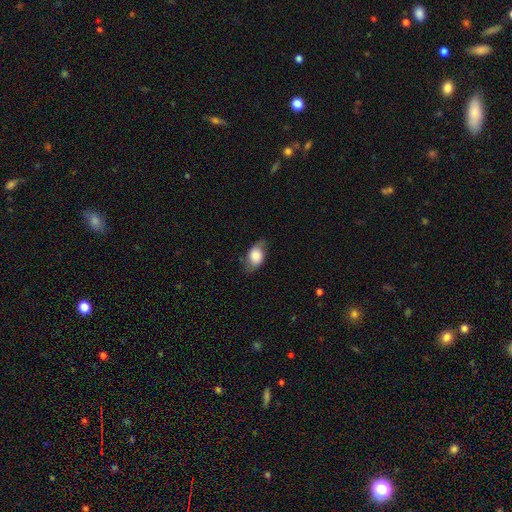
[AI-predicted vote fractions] Q: Smooth or featured?
A: smooth (69%); runner-up: featured or disk (24%)
Q: How rounded?
A: in between (83%); runner-up: round (15%)
Q: Merging?
A: none (66%); runner-up: minor disturbance (25%)